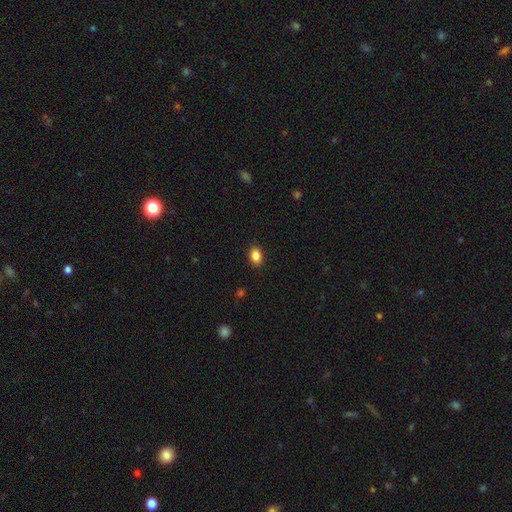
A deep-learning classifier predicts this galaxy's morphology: smooth-or-featured: smooth: 87% | star or artifact: 9% | featured or disk: 4%
  how-rounded: in between: 83% | round: 16% | cigar-shaped: 1%
  merging: none: 89% | minor disturbance: 8% | major disturbance: 2% | merger: 1%